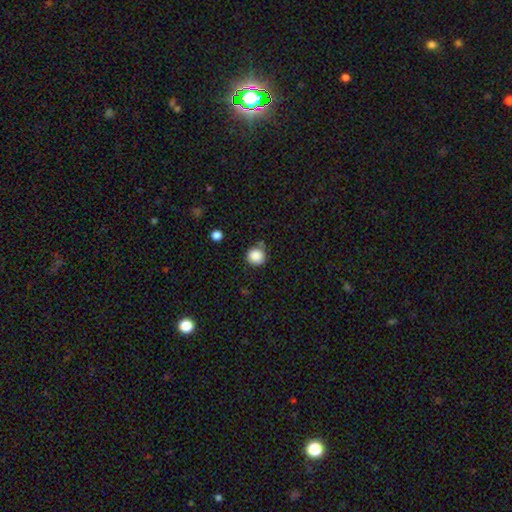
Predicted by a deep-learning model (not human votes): smooth_or_featured: smooth (p=0.87) [alt: star or artifact p=0.09]
how_rounded: round (p=0.91) [alt: in between p=0.08]
merging: none (p=0.75) [alt: minor disturbance p=0.15]